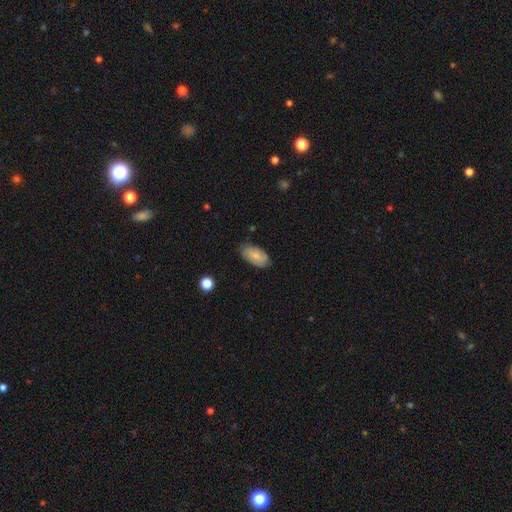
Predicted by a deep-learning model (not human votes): Smooth or featured?
  - smooth: 70% *
  - featured or disk: 23%
  - star or artifact: 7%
How rounded?
  - in between: 93% *
  - round: 3%
  - cigar-shaped: 3%
Merging?
  - none: 76% *
  - minor disturbance: 19%
  - major disturbance: 3%
  - merger: 1%